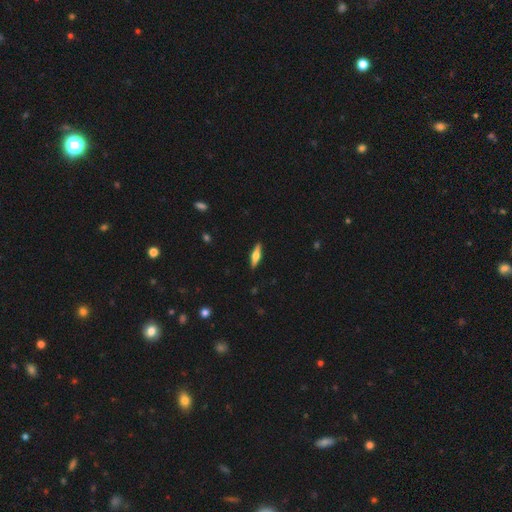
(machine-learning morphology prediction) featured or disk 50%, smooth 44%, star or artifact 6%. Down the decision tree: edge-on disk — yes (95%); merging — none (90%).